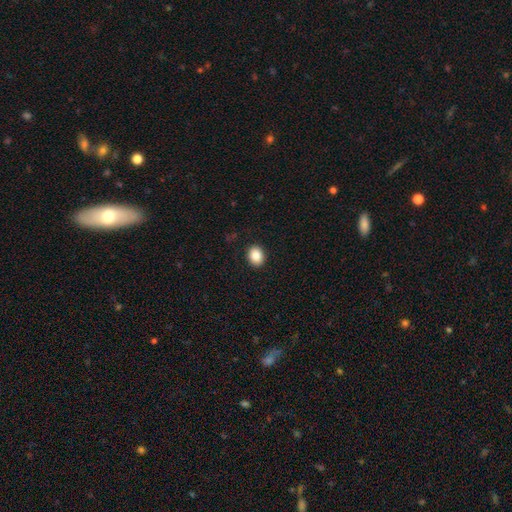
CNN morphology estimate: Smooth or featured? Predicted: smooth (p=0.87). How rounded? Predicted: round (p=0.50, tied with in between). Merging? Predicted: none (p=0.91).